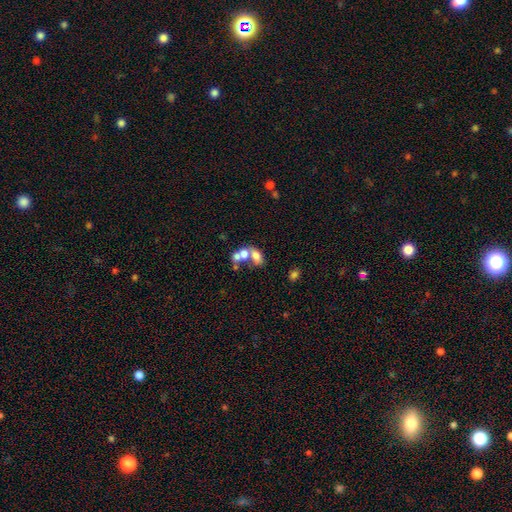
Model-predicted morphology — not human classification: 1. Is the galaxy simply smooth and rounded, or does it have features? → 64% smooth, 24% featured or disk, 12% star or artifact.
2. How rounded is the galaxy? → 78% in between, 19% round, 3% cigar-shaped.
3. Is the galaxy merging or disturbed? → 57% merger, 26% none, 9% minor disturbance, 8% major disturbance.